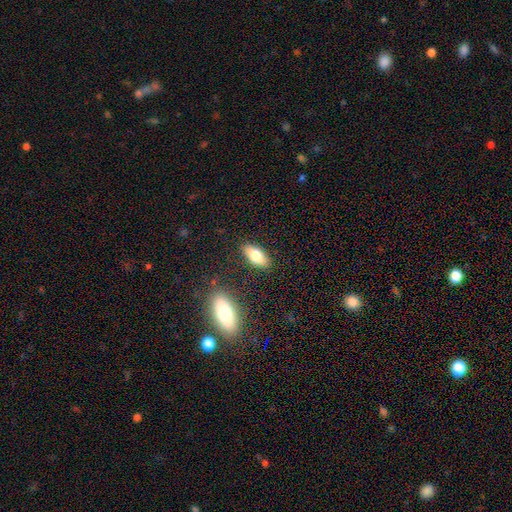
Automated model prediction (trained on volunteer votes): smooth 76%, featured or disk 17%, star or artifact 7%. Down the decision tree: how rounded — in between (84%); merging — none (85%).